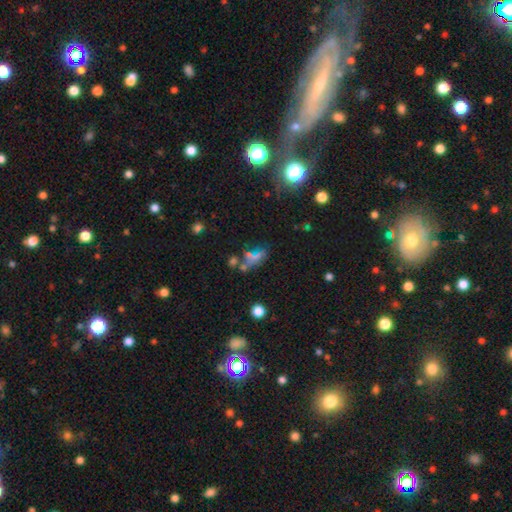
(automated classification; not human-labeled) smooth 43%, star or artifact 31%, featured or disk 26%. Down the decision tree: merging — none (38%).